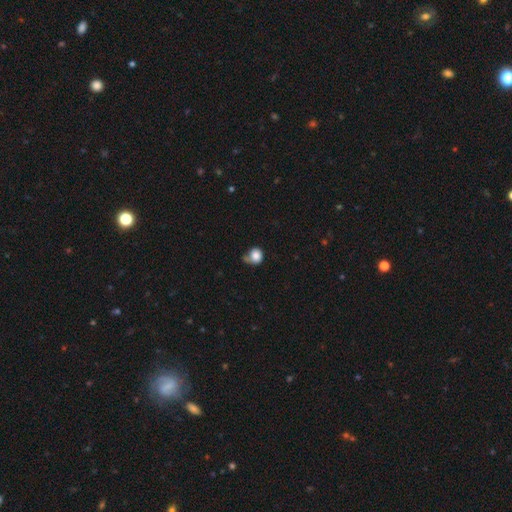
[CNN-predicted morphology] This is clearly a smooth galaxy (81%). How rounded: likely round (80%). Merging: marginally none (40%).